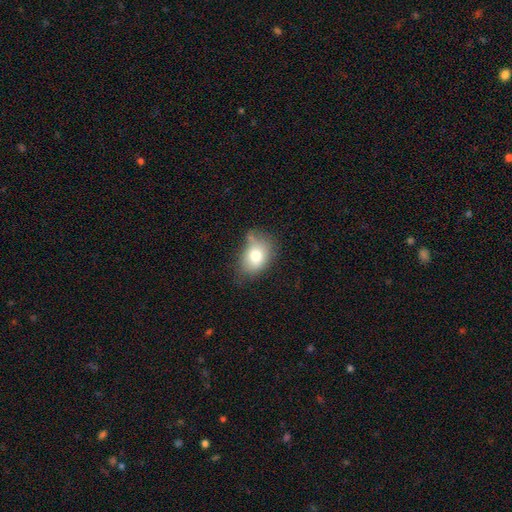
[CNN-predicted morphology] smooth 75%, featured or disk 15%, star or artifact 10%. Down the decision tree: how rounded — in between (73%); merging — none (50%).